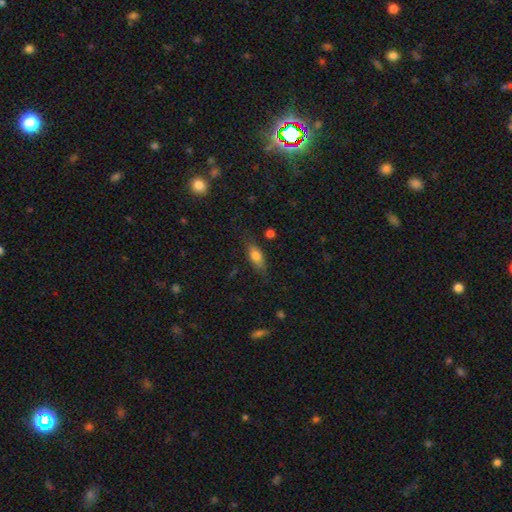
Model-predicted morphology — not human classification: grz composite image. It shows a smooth galaxy with no disk features (74%) that is in between round and cigar-shaped (77%). Merging: none (76%).